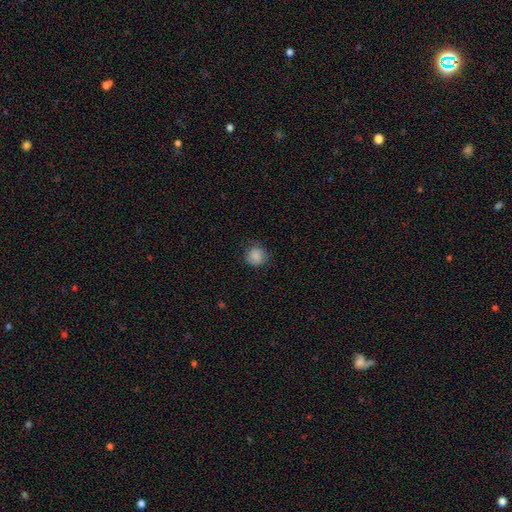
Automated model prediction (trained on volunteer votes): Overall: smooth (86%). How rounded: round (91%). Merging: none (81%).